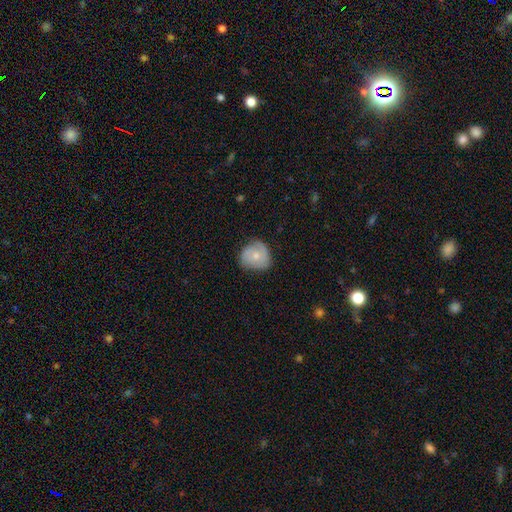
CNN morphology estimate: Overall: smooth (55%; featured or disk 38%). How rounded: round (76%). Merging: none (60%; minor disturbance 30%).